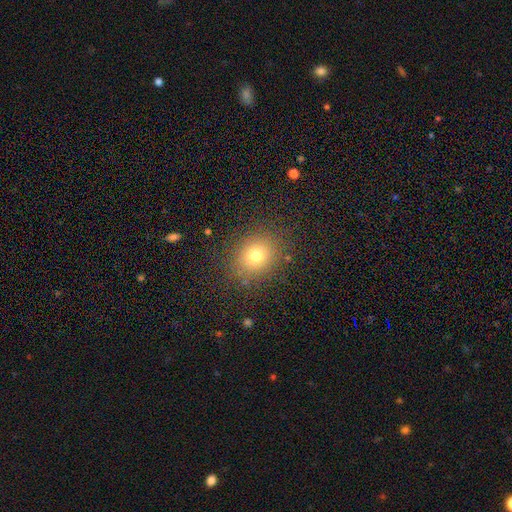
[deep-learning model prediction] Smooth or featured? smooth (74%)
How rounded? round (70%)
Merging? none (85%)